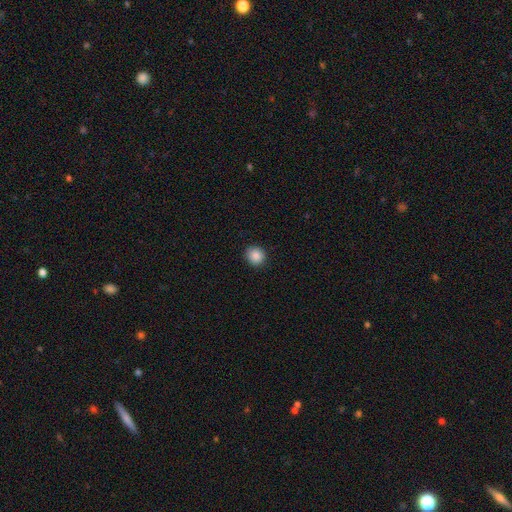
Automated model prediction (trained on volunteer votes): Overall: smooth (88%). How rounded: round (89%). Merging: none (91%).